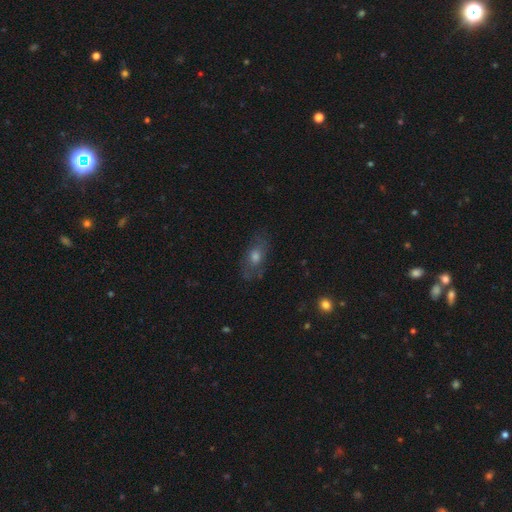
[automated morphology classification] A smooth galaxy with no disk features (40%).

Vote fractions:
- Smooth or featured? smooth: 40% / featured or disk: 39% / star or artifact: 21%
- Merging? none: 76% / minor disturbance: 16% / major disturbance: 6% / merger: 2%